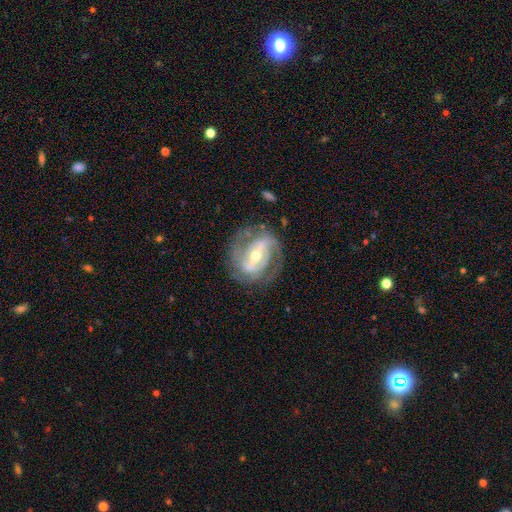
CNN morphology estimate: featured or disk 86%, smooth 9%, star or artifact 5%. Down the decision tree: edge-on disk — no (96%); bar — strong (55%); spiral arms — yes (91%); spiral arm count — 2 (70%); spiral winding — tight (45%); bulge size — moderate (64%); merging — none (75%).